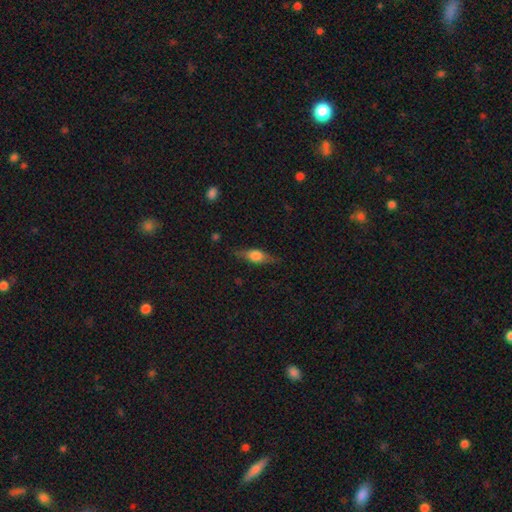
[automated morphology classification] Smooth or featured?
  - smooth: 49% *
  - featured or disk: 43%
  - star or artifact: 8%
Merging?
  - none: 79% *
  - minor disturbance: 16%
  - major disturbance: 4%
  - merger: 1%